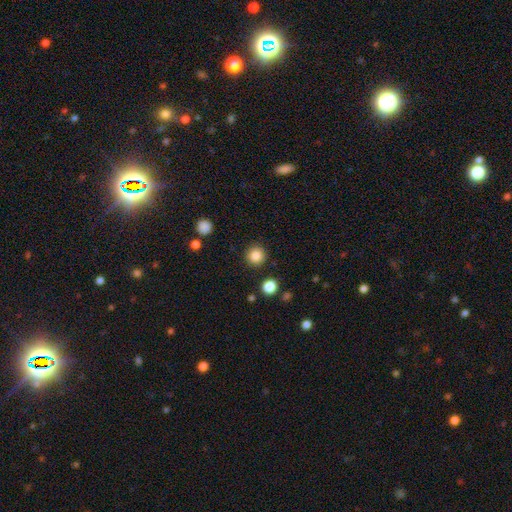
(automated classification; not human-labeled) Q: Smooth or featured?
A: smooth (86%); runner-up: star or artifact (10%)
Q: How rounded?
A: round (95%); runner-up: in between (4%)
Q: Merging?
A: none (91%); runner-up: minor disturbance (5%)